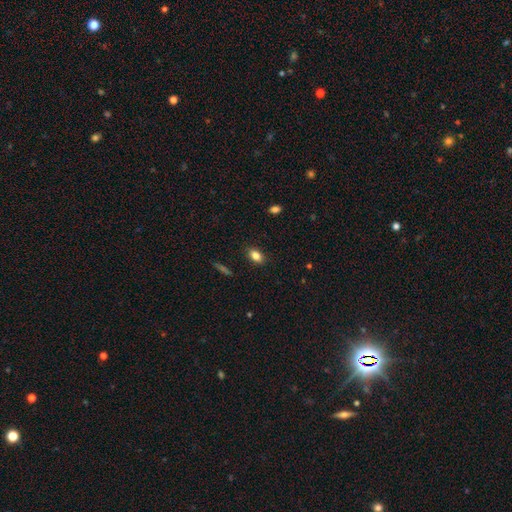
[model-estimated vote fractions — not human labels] This appears to be a smooth galaxy with no disk features (82%) that is in between round and cigar-shaped (83%). Merging: none (87%).